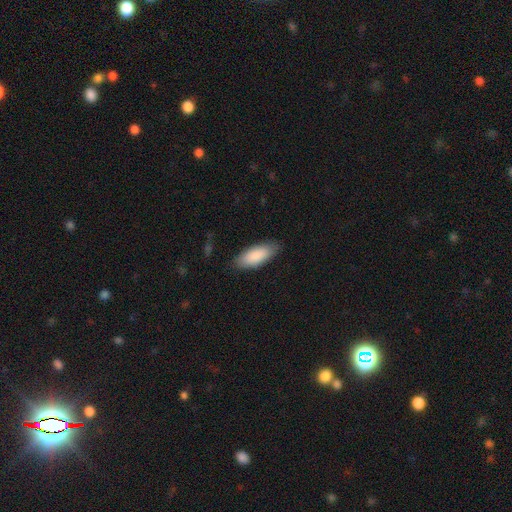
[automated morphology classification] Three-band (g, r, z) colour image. It shows a smooth galaxy with no disk features (88%) that is in between round and cigar-shaped (81%). Merging: none (83%).